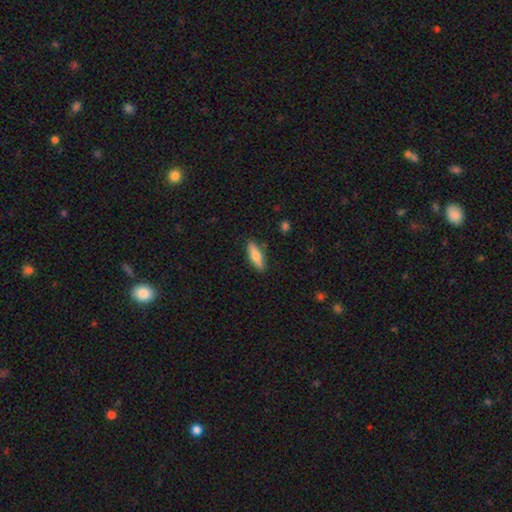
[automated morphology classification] type=smooth (63%); roundness=cigar-shaped (57%); merging=none (87%).